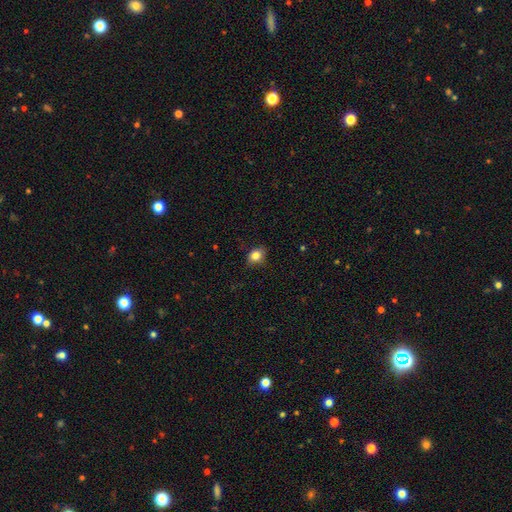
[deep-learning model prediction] This appears to be a smooth galaxy with no disk features (83%) that is in between round and cigar-shaped (60%). Merging: none (82%).